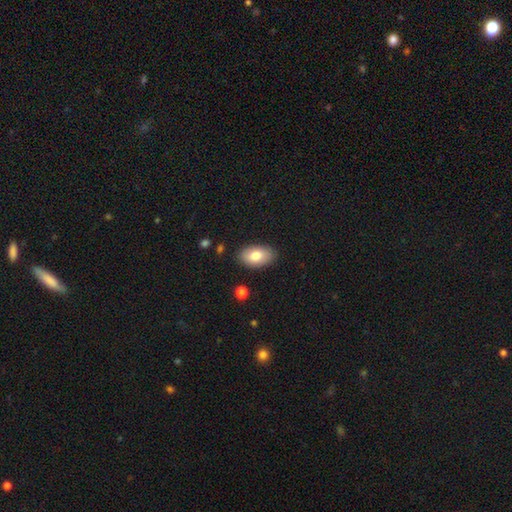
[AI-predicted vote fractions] Morphology: type=smooth (81%); roundness=in between (94%); merging=none (87%).